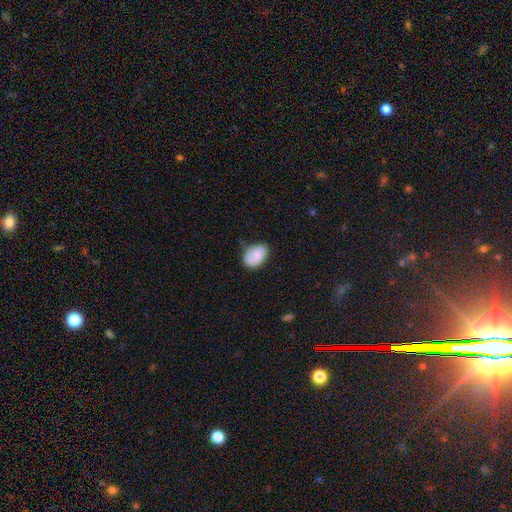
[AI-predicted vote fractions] A smooth galaxy with no disk features (74%) that is in between round and cigar-shaped (82%). Merging: none (64%).